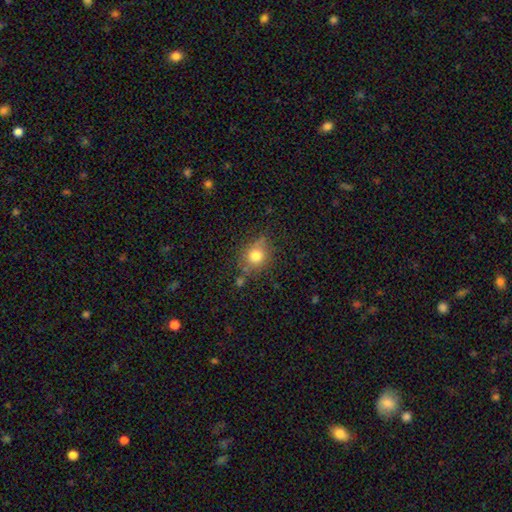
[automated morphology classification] Smooth or featured? smooth (77%)
How rounded? round (73%)
Merging? none (69%)